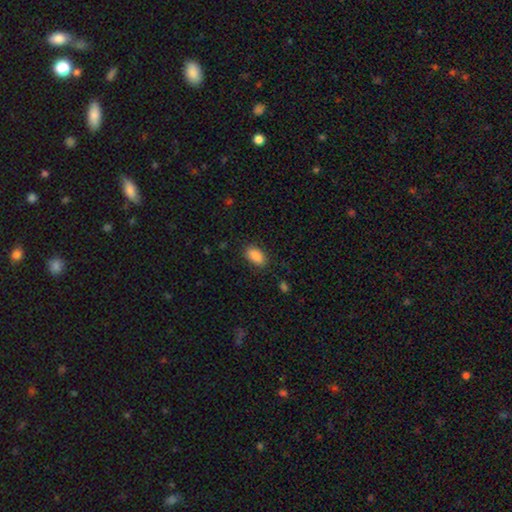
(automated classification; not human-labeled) A smooth galaxy with no disk features (89%) that is in between round and cigar-shaped (92%).

Vote fractions:
- Smooth or featured? smooth: 89% / star or artifact: 8% / featured or disk: 4%
- How rounded? in between: 92% / round: 6% / cigar-shaped: 3%
- Merging? none: 85% / minor disturbance: 10% / major disturbance: 3% / merger: 1%